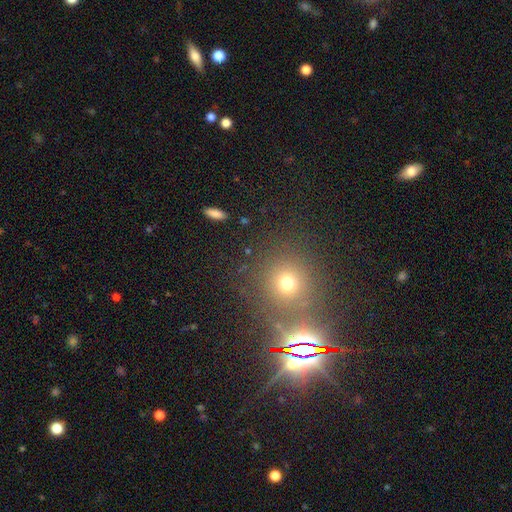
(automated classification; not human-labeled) This appears to be a star or artifact, not a galaxy (63%).